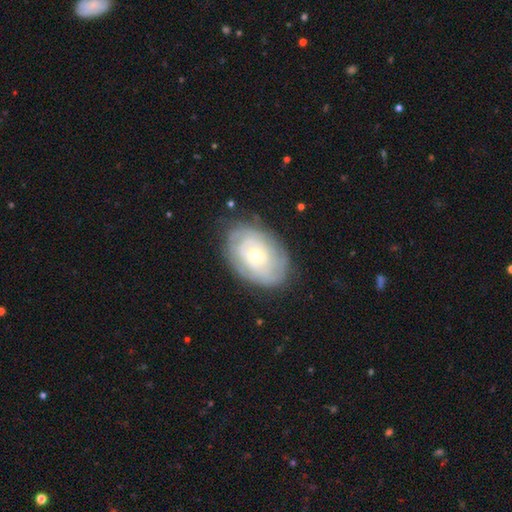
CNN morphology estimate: The model was most divided on "bulge size": small: 53%, moderate: 43%, large: 2%, none: 1%, dominant: 1%. More confident: edge-on disk — no (95%); spiral winding — tight (77%); merging — none (77%); spiral arms — yes (76%); bar — no (74%); smooth or featured — featured or disk (70%); spiral arm count — can't tell (59%).